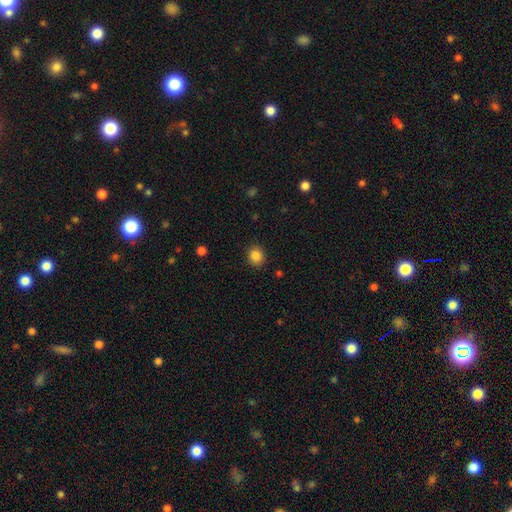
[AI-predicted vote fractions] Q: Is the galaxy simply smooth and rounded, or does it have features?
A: smooth — 86%.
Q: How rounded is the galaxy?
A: round — 76%.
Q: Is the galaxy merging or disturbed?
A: none — 88%.